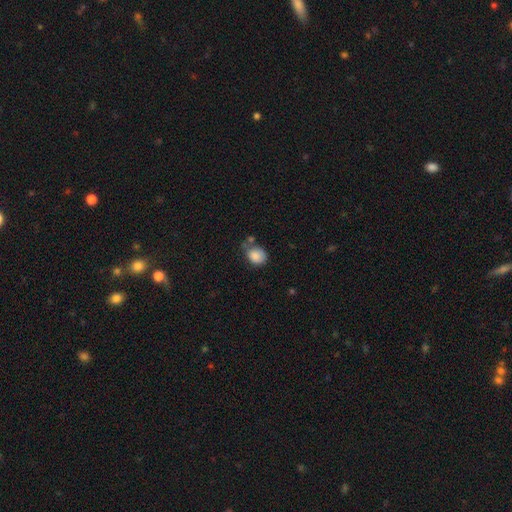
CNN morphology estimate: Smooth or featured? smooth (85%)
How rounded? round (51%)
Merging? none (49%)